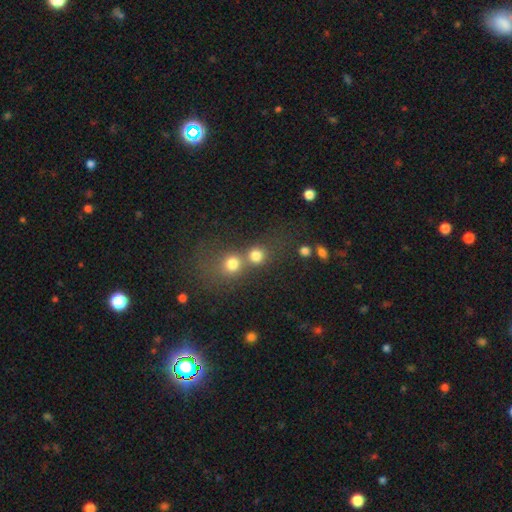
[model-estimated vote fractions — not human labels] A smooth galaxy with no disk features (78%) that is round (84%).

Vote fractions:
- Smooth or featured? smooth: 78% / star or artifact: 14% / featured or disk: 8%
- How rounded? round: 84% / in between: 14% / cigar-shaped: 1%
- Merging? merger: 47% / none: 41% / minor disturbance: 6% / major disturbance: 5%